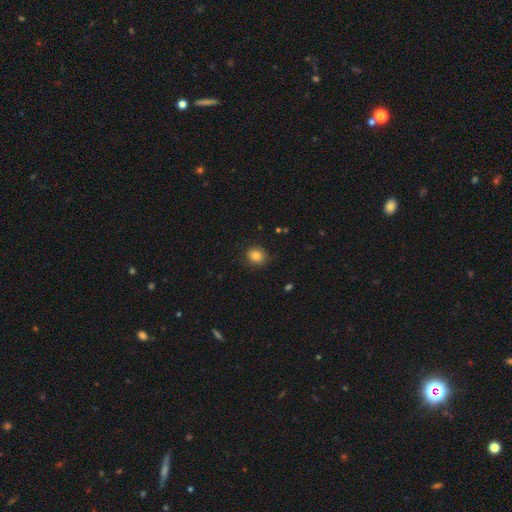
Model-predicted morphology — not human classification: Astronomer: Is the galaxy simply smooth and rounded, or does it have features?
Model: smooth — 84%.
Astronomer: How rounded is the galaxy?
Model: round — 74%.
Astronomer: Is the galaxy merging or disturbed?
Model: none — 87%.